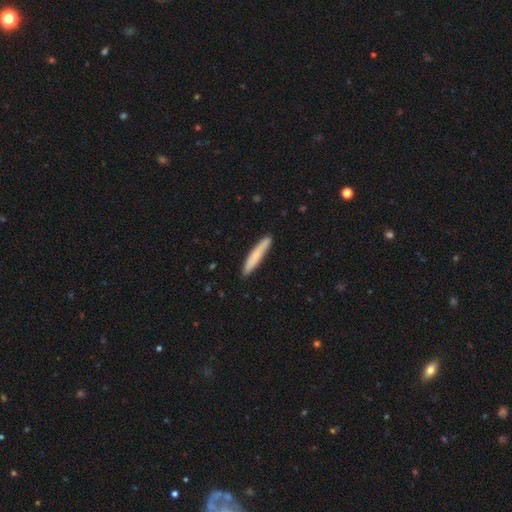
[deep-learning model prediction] Q: Smooth or featured?
A: smooth (73%); runner-up: featured or disk (21%)
Q: How rounded?
A: cigar-shaped (94%); runner-up: in between (5%)
Q: Merging?
A: none (87%); runner-up: minor disturbance (10%)